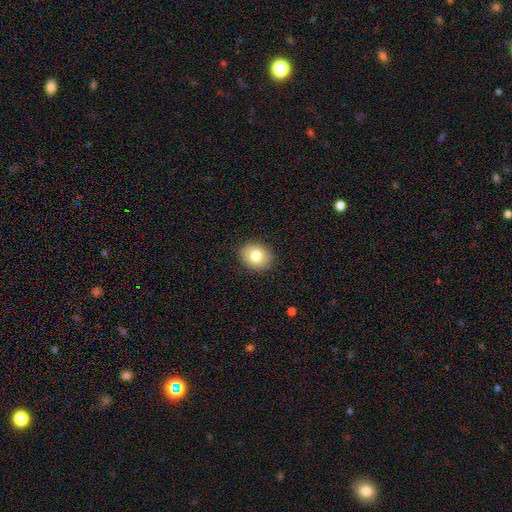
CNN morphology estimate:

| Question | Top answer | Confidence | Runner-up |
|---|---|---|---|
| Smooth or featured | smooth | 79% | featured or disk (12%) |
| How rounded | round | 53% | in between (47%) |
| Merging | none | 90% | minor disturbance (7%) |